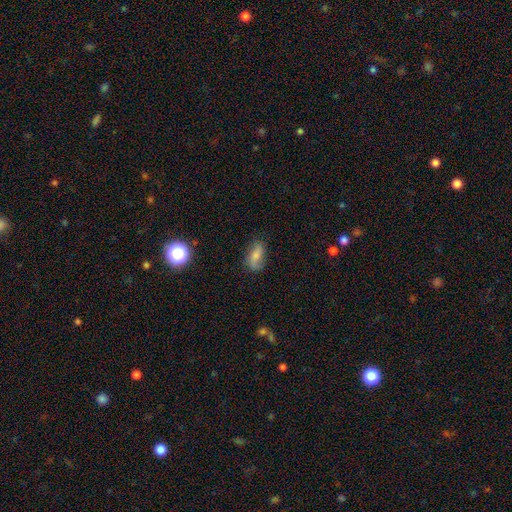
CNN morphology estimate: Smooth or featured: smooth — 70% (featured or disk — 20%)
How rounded: in between — 86% (cigar-shaped — 9%)
Merging: none — 67% (minor disturbance — 25%)